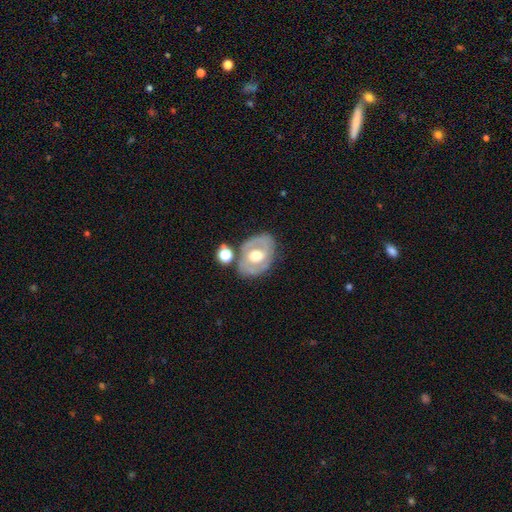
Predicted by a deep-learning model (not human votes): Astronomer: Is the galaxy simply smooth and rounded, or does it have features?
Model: featured or disk — 72%.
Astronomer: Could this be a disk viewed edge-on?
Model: no — 95%.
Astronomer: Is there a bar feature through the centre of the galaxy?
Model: no — 53% (runner-up: weak, 34%).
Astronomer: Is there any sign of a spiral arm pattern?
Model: yes — 66%.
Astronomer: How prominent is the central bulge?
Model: moderate — 67%.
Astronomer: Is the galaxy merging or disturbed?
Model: none — 69%.